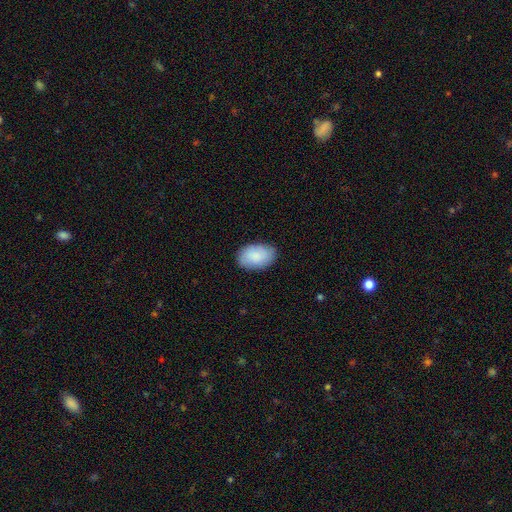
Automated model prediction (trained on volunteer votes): Overall: smooth (87%). How rounded: in between (91%). Merging: none (84%).